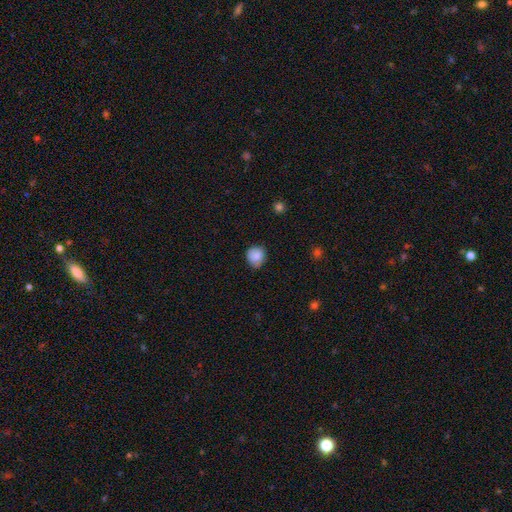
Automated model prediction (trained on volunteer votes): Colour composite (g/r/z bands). It shows a smooth galaxy with no disk features (86%) that is round (79%). Merging: none (71%).